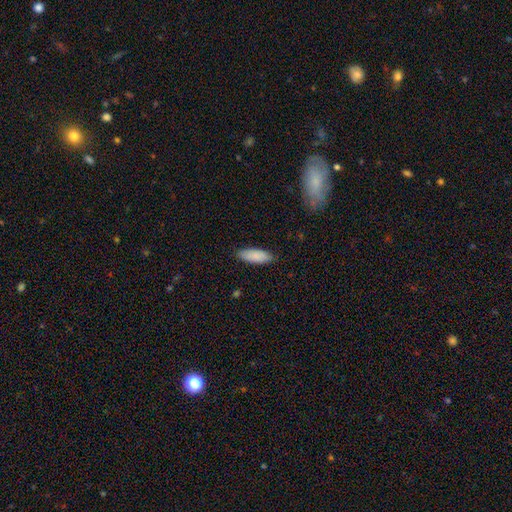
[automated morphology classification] Smooth or featured?
  - smooth: 88% *
  - featured or disk: 6%
  - star or artifact: 6%
How rounded?
  - in between: 69% *
  - cigar-shaped: 29%
  - round: 2%
Merging?
  - none: 87% *
  - minor disturbance: 10%
  - major disturbance: 2%
  - merger: 1%